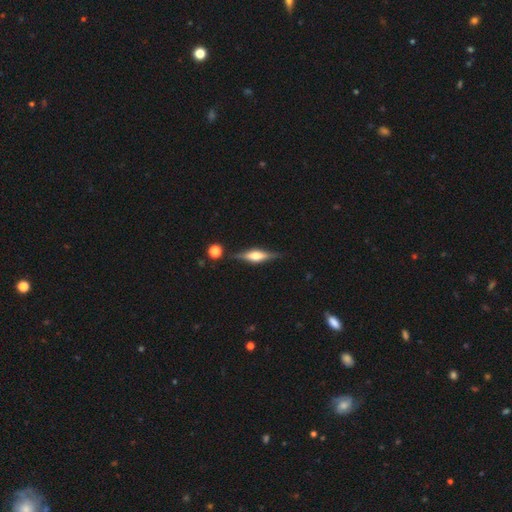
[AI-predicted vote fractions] Smooth or featured? Predicted: featured or disk (p=0.73). Edge-on disk? Predicted: yes (p=0.96). Edge-on bulge? Predicted: rounded (p=0.83). Merging? Predicted: none (p=0.85).